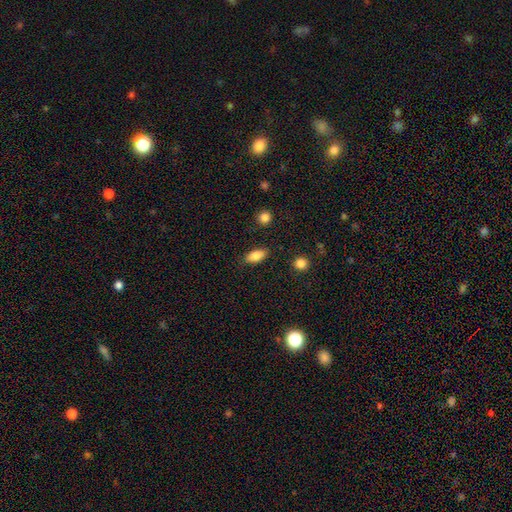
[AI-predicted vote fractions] Morphology: type=smooth (83%); roundness=in between (87%); merging=none (84%).